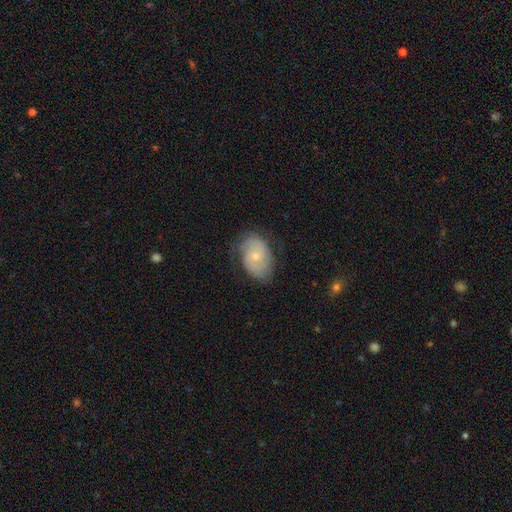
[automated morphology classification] This is possibly a featured or disk galaxy (55%). It is clearly not viewed edge-on (96%). Bar: likely no (70%). Spiral arm pattern: clearly yes (80%). Central bulge: likely small (61%). Merging: likely none (68%).